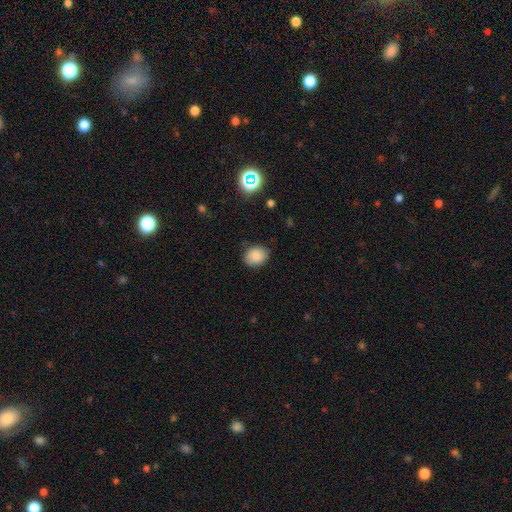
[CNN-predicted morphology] The model was most divided on "how rounded": round: 57%, in between: 42%, cigar-shaped: 1%. More confident: smooth or featured — smooth (86%); merging — none (82%).